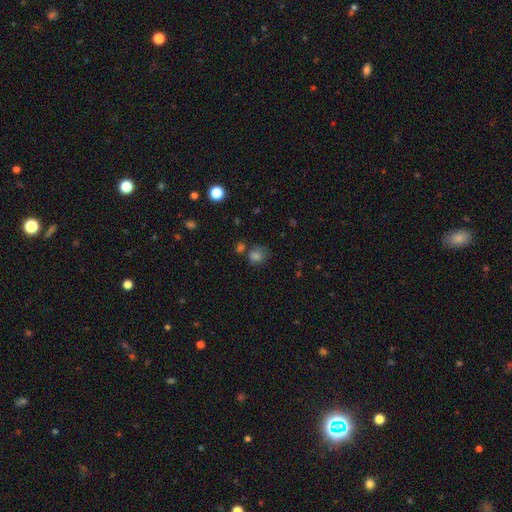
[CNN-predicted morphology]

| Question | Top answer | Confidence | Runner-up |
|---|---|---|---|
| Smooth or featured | smooth | 74% | star or artifact (17%) |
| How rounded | round | 72% | in between (27%) |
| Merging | none | 58% | minor disturbance (19%) |